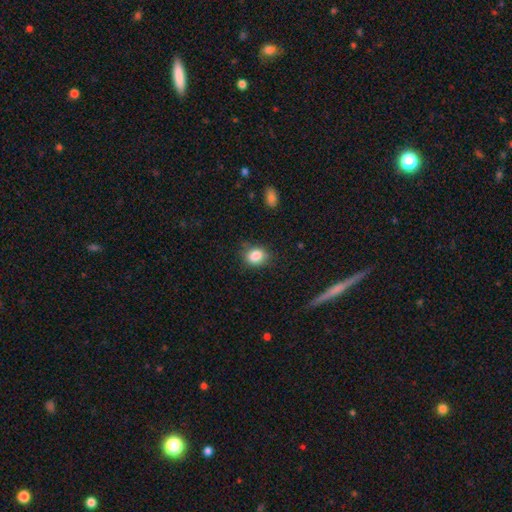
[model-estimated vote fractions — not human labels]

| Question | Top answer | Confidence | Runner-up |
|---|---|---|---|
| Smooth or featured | smooth | 85% | star or artifact (10%) |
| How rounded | round | 51% | in between (48%) |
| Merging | none | 79% | minor disturbance (16%) |